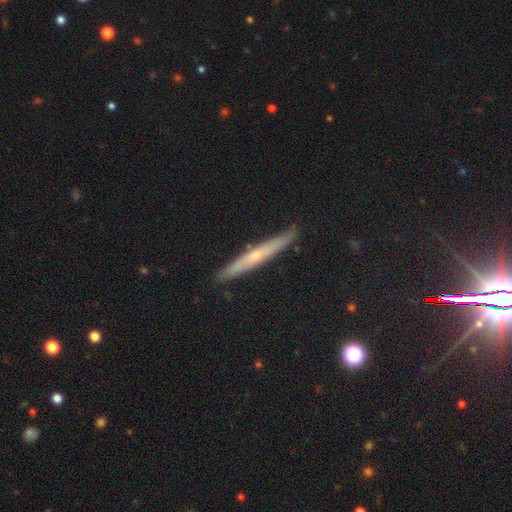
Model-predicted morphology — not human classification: Overall: featured or disk (56%; smooth 35%). Edge-on disk: yes (94%). Edge-on bulge: rounded (54%; none 42%). Merging: none (89%).